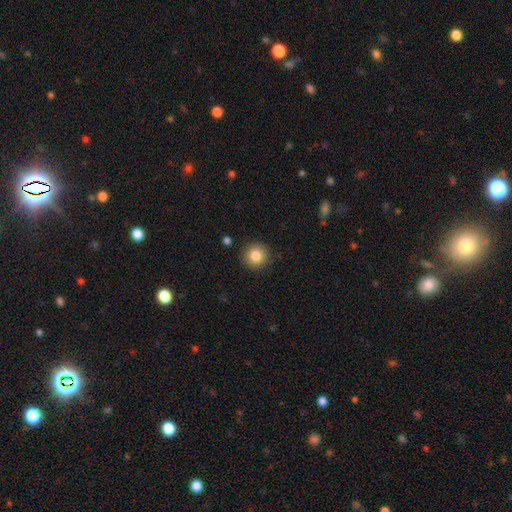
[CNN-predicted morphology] smooth_or_featured: smooth (p=0.85) [alt: star or artifact p=0.10]
how_rounded: round (p=0.93) [alt: in between p=0.06]
merging: none (p=0.90) [alt: minor disturbance p=0.07]